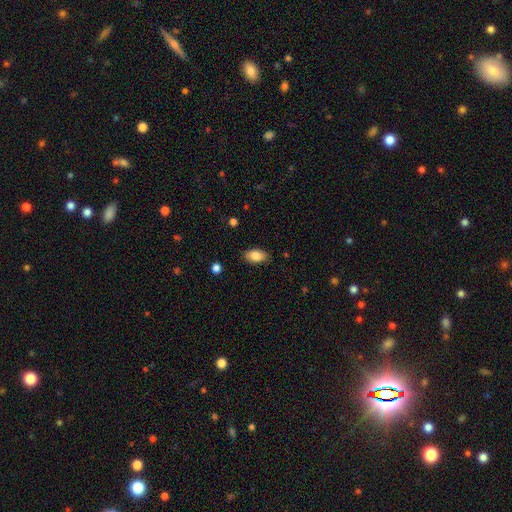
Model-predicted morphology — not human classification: smooth 84%, featured or disk 9%, star or artifact 7%. Down the decision tree: how rounded — in between (92%); merging — none (85%).